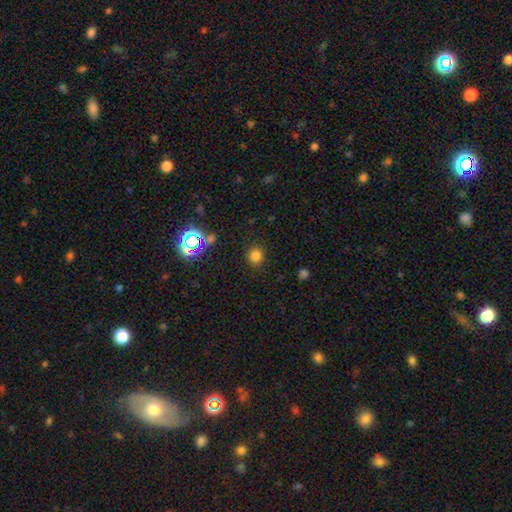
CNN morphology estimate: Q: Smooth or featured?
A: smooth (76%); runner-up: star or artifact (19%)
Q: How rounded?
A: round (86%); runner-up: in between (13%)
Q: Merging?
A: none (86%); runner-up: minor disturbance (8%)